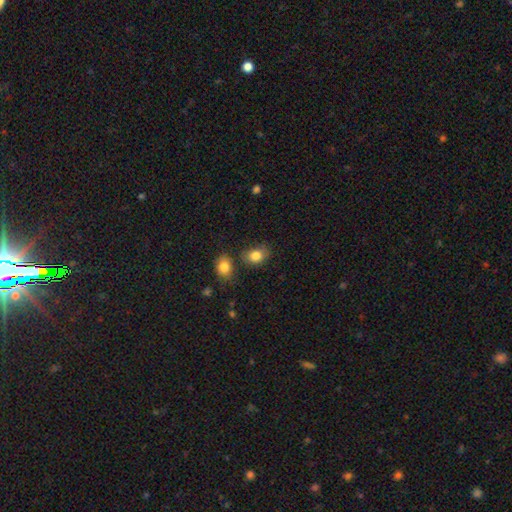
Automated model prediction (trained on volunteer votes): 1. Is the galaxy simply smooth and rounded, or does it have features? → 84% smooth, 9% star or artifact, 7% featured or disk.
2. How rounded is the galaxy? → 64% in between, 35% round, 1% cigar-shaped.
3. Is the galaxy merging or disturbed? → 68% none, 18% minor disturbance, 9% merger, 5% major disturbance.